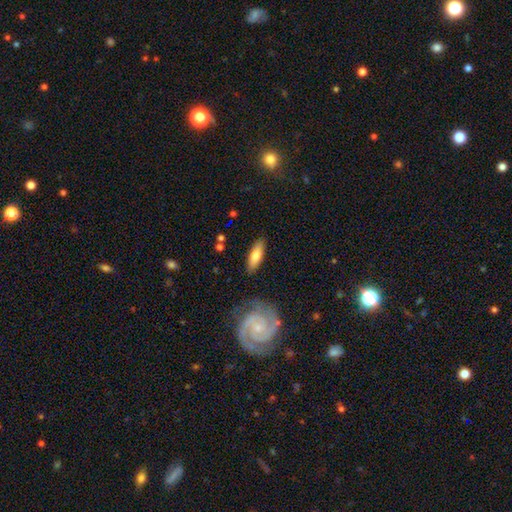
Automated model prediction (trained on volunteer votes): smooth 71%, featured or disk 23%, star or artifact 6%. Down the decision tree: how rounded — in between (58%); merging — none (83%).